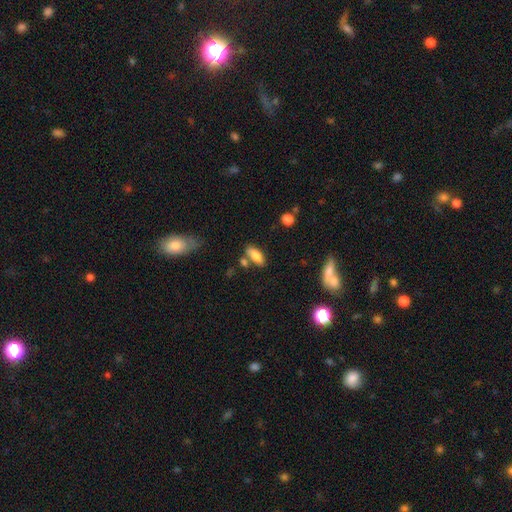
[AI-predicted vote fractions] smooth_or_featured: smooth (p=0.78) [alt: featured or disk p=0.14]
how_rounded: in between (p=0.81) [alt: cigar-shaped p=0.17]
merging: none (p=0.67) [alt: minor disturbance p=0.15]